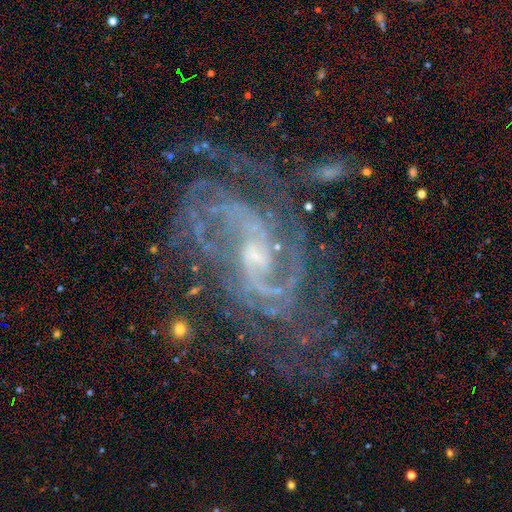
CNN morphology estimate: A featured or disk galaxy (90%) with a weak bar (47%), 2 (45%) medium (45%) spiral arms (97%) and a small central bulge (56%).

Vote fractions:
- Smooth or featured? featured or disk: 90% / star or artifact: 7% / smooth: 4%
- Edge-on disk? no: 96% / yes: 4%
- Bar? weak: 47% / no: 38% / strong: 16%
- Spiral arms? yes: 97% / no: 3%
- Spiral winding? medium: 45% / tight: 44% / loose: 11%
- Spiral arm count? 2: 45% / can't tell: 20% / 3: 15% / 4: 8% / more than 4: 6% / 1: 6%
- Bulge size? small: 56% / moderate: 35% / none: 6% / large: 3% / dominant: 1%
- Merging? none: 65% / minor disturbance: 18% / major disturbance: 15% / merger: 3%